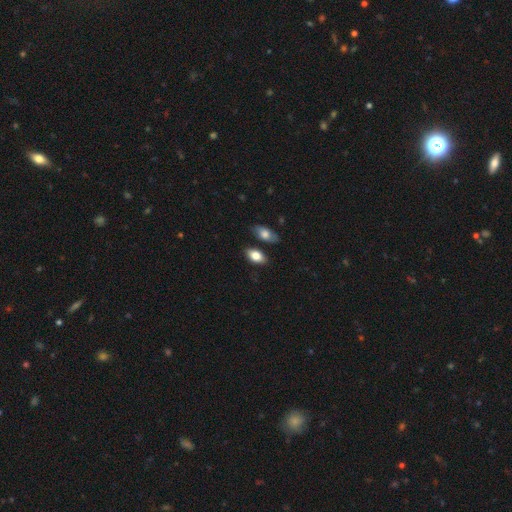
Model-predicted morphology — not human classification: A smooth galaxy with no disk features (82%) that is in between round and cigar-shaped (92%). Merging: none (76%).